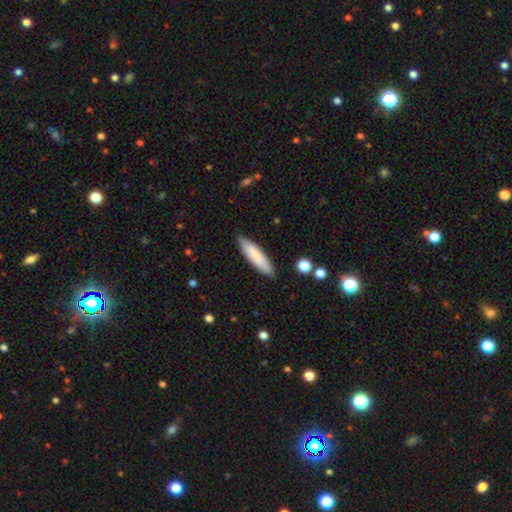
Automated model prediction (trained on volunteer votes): Smooth or featured: smooth — 82% (featured or disk — 12%)
How rounded: cigar-shaped — 71% (in between — 27%)
Merging: none — 88% (minor disturbance — 9%)